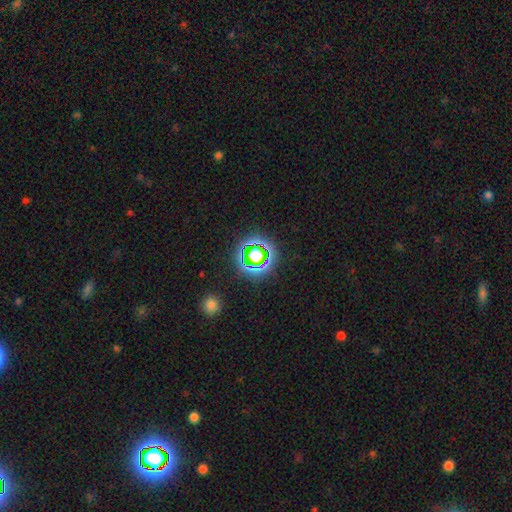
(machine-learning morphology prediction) smooth_or_featured: star or artifact (p=0.66) [alt: smooth p=0.22]